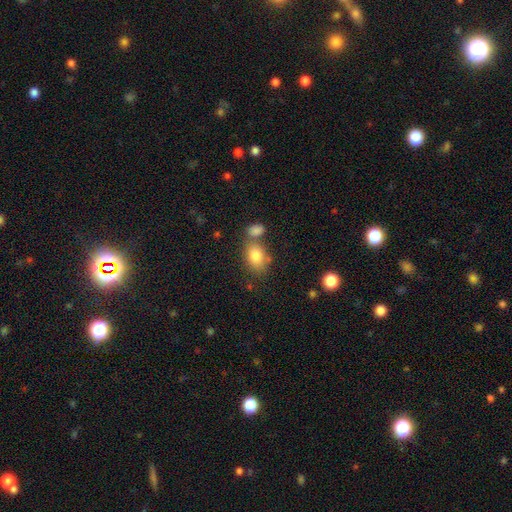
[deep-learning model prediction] smooth-or-featured: smooth: 81% | featured or disk: 10% | star or artifact: 9%
  how-rounded: in between: 69% | round: 29% | cigar-shaped: 1%
  merging: none: 57% | merger: 24% | minor disturbance: 14% | major disturbance: 5%